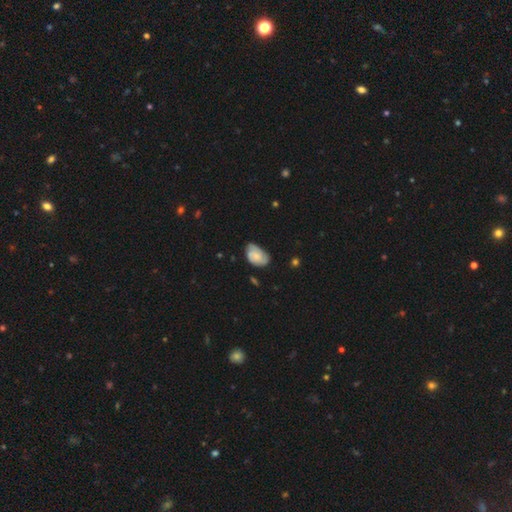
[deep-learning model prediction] Smooth or featured? Predicted: smooth (p=0.49). Merging? Predicted: none (p=0.50).